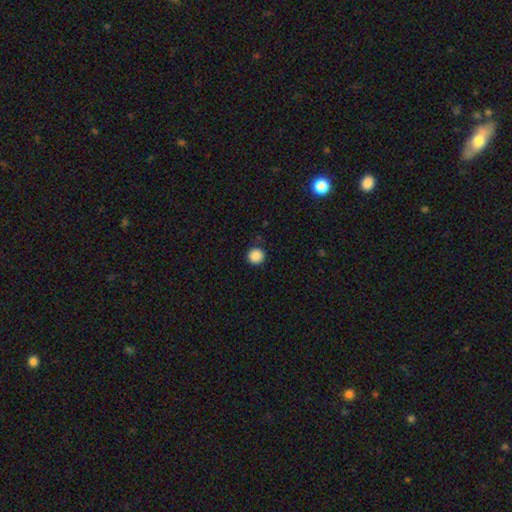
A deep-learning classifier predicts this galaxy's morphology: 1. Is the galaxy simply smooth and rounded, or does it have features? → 88% smooth, 10% star or artifact, 2% featured or disk.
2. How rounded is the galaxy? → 94% round, 5% in between, 1% cigar-shaped.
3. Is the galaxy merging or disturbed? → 89% none, 7% minor disturbance, 2% major disturbance, 1% merger.